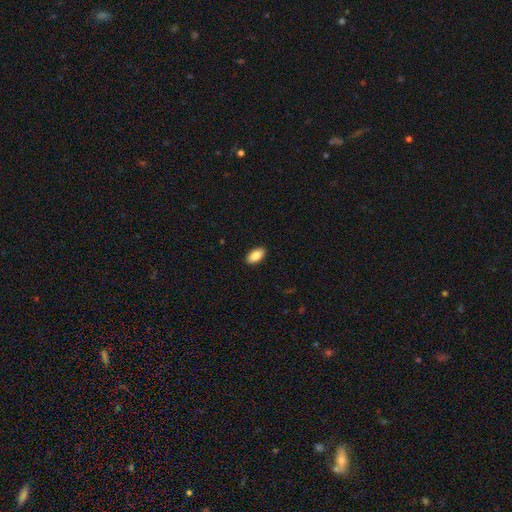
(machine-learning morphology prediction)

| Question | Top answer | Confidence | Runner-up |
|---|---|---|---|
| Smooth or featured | smooth | 88% | star or artifact (7%) |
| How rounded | in between | 92% | cigar-shaped (5%) |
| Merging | none | 90% | minor disturbance (7%) |